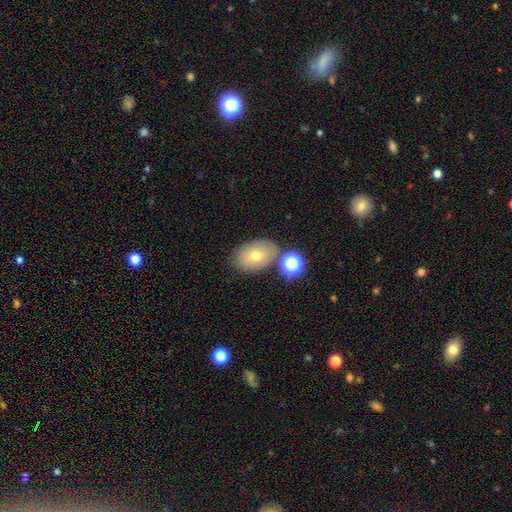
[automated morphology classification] type=smooth (69%); roundness=in between (81%); merging=none (73%).